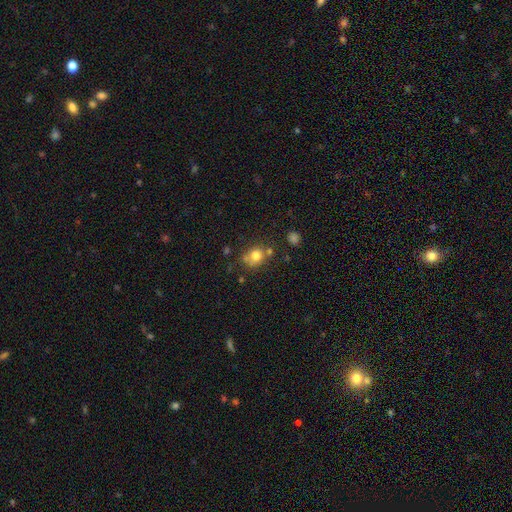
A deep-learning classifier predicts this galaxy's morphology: Smooth or featured: smooth — 77% (star or artifact — 12%)
How rounded: round — 69% (in between — 30%)
Merging: none — 59% (minor disturbance — 17%)